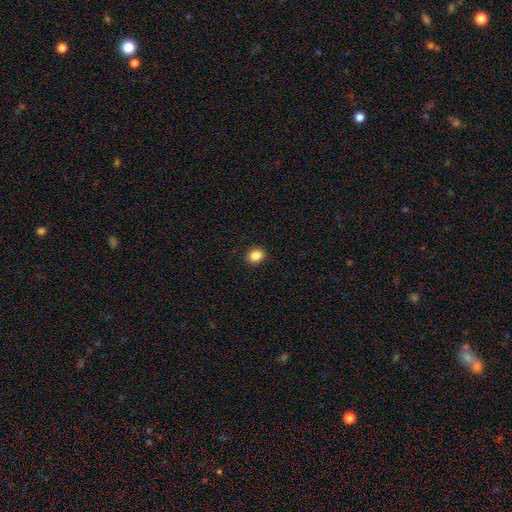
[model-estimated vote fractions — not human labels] smooth_or_featured: smooth (p=0.87) [alt: star or artifact p=0.09]
how_rounded: round (p=0.55) [alt: in between p=0.44]
merging: none (p=0.91) [alt: minor disturbance p=0.06]